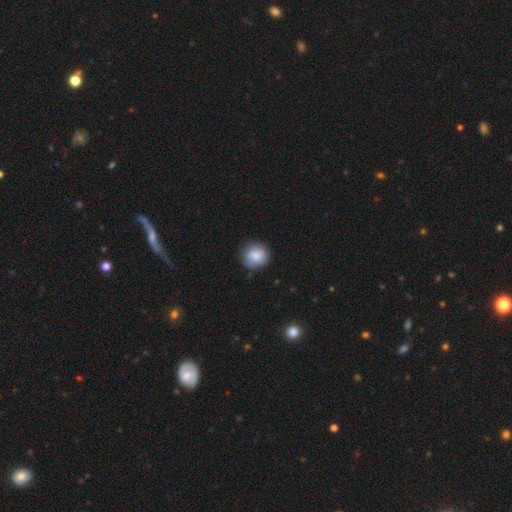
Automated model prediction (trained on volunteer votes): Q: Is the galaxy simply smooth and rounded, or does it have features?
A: smooth — 84%.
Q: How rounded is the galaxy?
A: round — 90%.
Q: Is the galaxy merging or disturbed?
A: none — 82%.